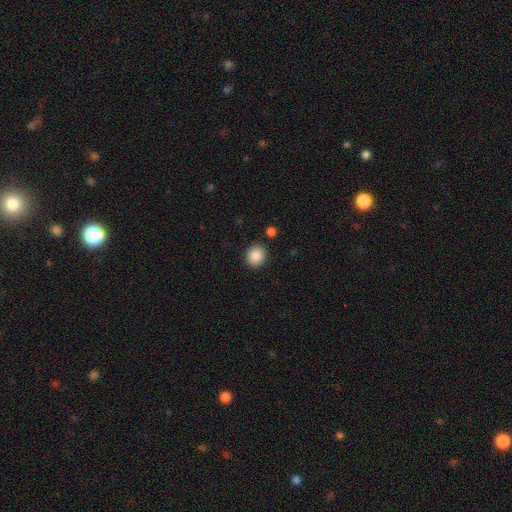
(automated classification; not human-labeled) smooth_or_featured: smooth (p=0.88) [alt: star or artifact p=0.08]
how_rounded: round (p=0.80) [alt: in between p=0.19]
merging: none (p=0.90) [alt: minor disturbance p=0.06]